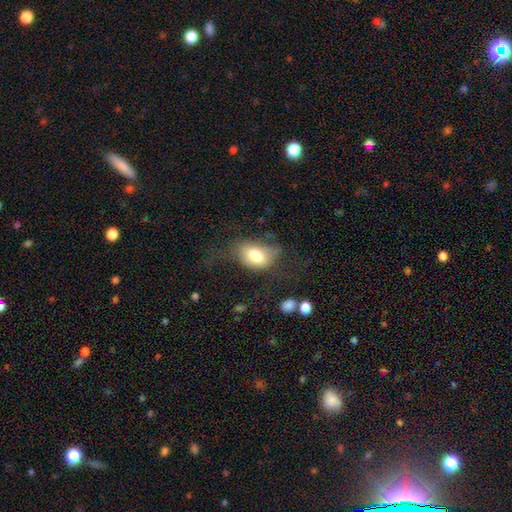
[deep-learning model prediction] smooth_or_featured: smooth (p=0.74) [alt: featured or disk p=0.18]
how_rounded: in between (p=0.86) [alt: round p=0.12]
merging: none (p=0.39) [alt: major disturbance p=0.29]